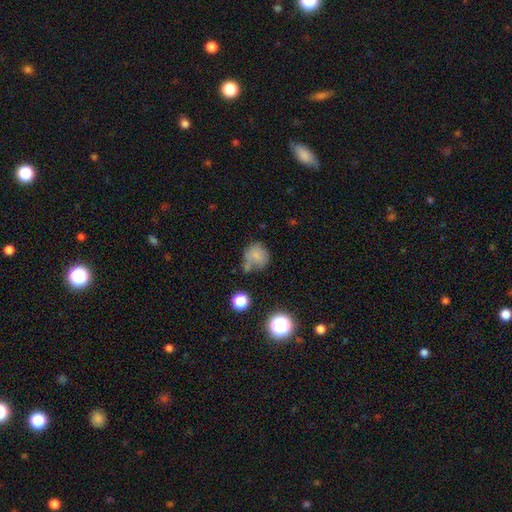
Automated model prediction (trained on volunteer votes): A smooth galaxy with no disk features (71%) that is round (80%). Merging: none (44%).